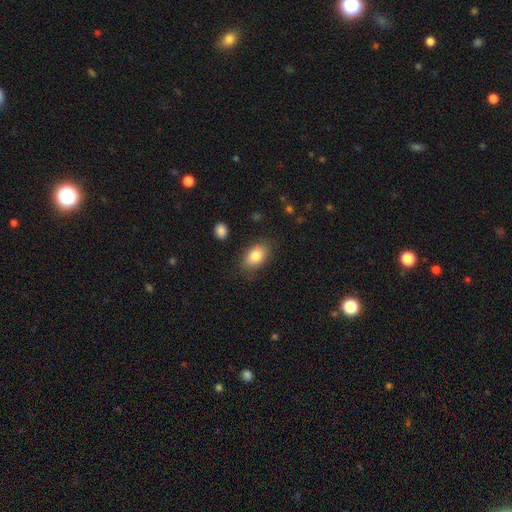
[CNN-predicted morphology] type=smooth (82%); roundness=in between (88%); merging=none (82%).